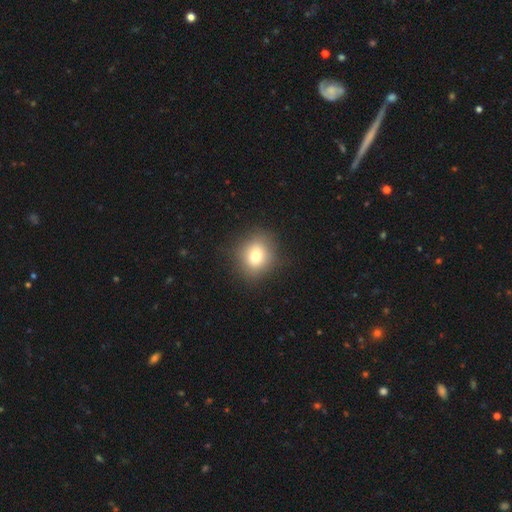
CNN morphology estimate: This is likely a smooth galaxy (77%). How rounded: likely round (72%). Merging: clearly none (87%).